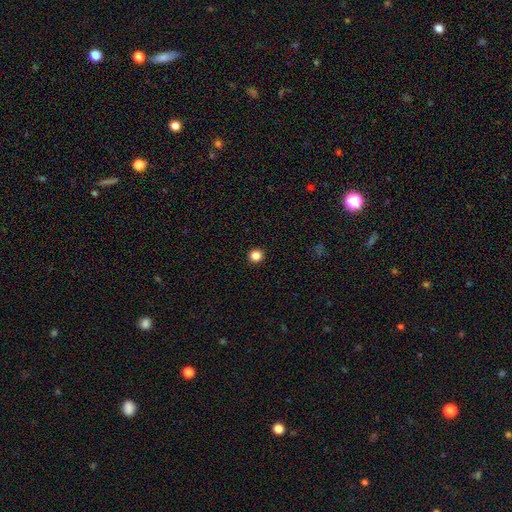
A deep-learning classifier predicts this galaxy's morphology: smooth_or_featured: smooth (p=0.85) [alt: star or artifact p=0.12]
how_rounded: round (p=0.95) [alt: in between p=0.04]
merging: none (p=0.94) [alt: minor disturbance p=0.03]